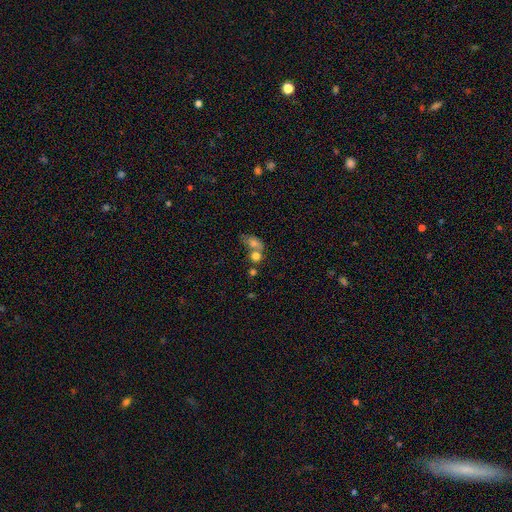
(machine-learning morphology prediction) The model was most divided on "how rounded": round: 61%, in between: 37%, cigar-shaped: 2%. More confident: smooth or featured — smooth (72%); merging — merger (55%).